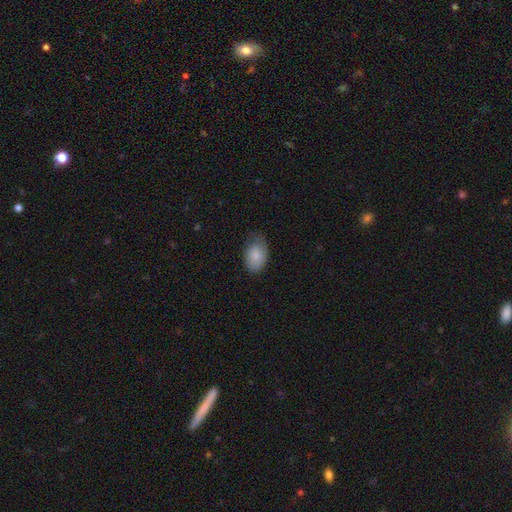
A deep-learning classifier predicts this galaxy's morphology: smooth-or-featured: smooth: 83% | featured or disk: 11% | star or artifact: 6%
  how-rounded: in between: 88% | round: 11% | cigar-shaped: 1%
  merging: none: 57% | minor disturbance: 34% | major disturbance: 8% | merger: 1%